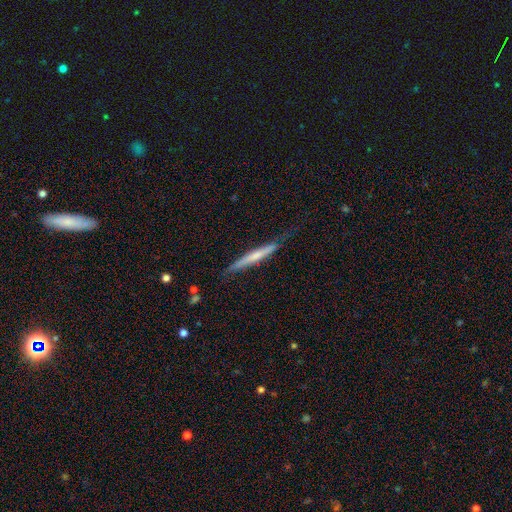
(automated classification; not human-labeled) This appears to be a smooth galaxy with no disk features (50%) that is cigar-shaped (96%). Merging: none (66%).